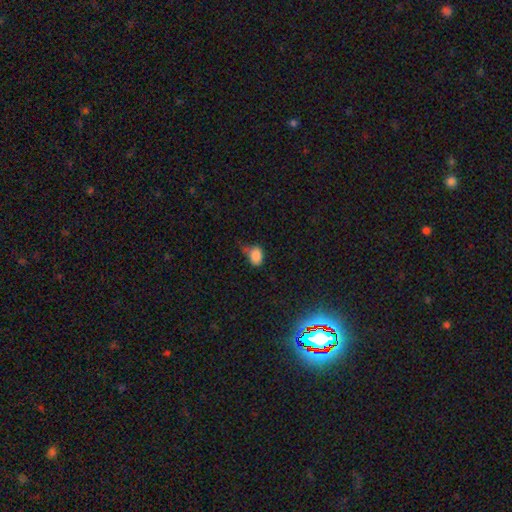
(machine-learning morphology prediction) Smooth or featured? Predicted: smooth (p=0.84). How rounded? Predicted: in between (p=0.69). Merging? Predicted: minor disturbance (p=0.39).